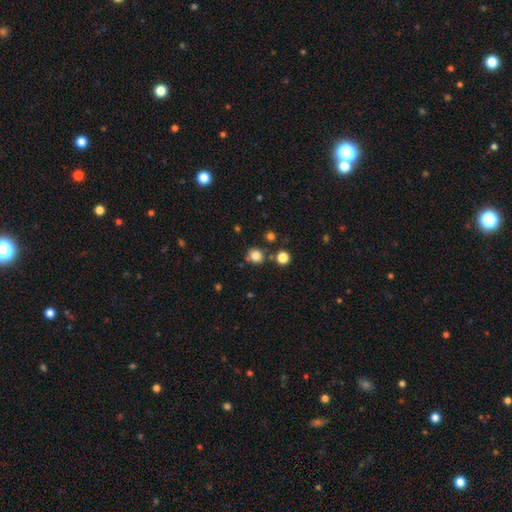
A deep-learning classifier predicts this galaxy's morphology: Smooth or featured? Predicted: smooth (p=0.81). How rounded? Predicted: round (p=0.87). Merging? Predicted: none (p=0.80).